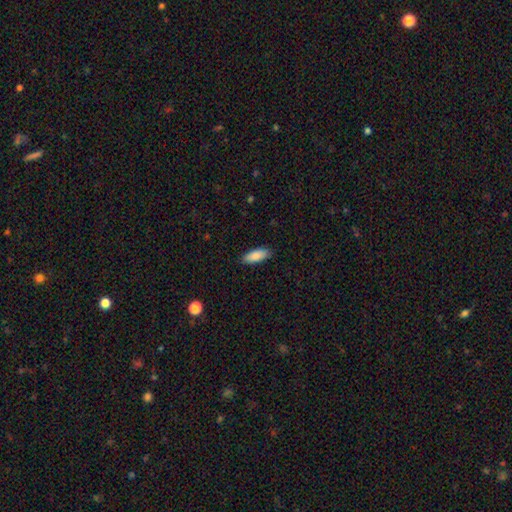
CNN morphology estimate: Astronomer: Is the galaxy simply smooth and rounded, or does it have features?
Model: smooth — 87%.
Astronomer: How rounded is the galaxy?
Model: in between — 72%.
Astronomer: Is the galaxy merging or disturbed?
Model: none — 88%.